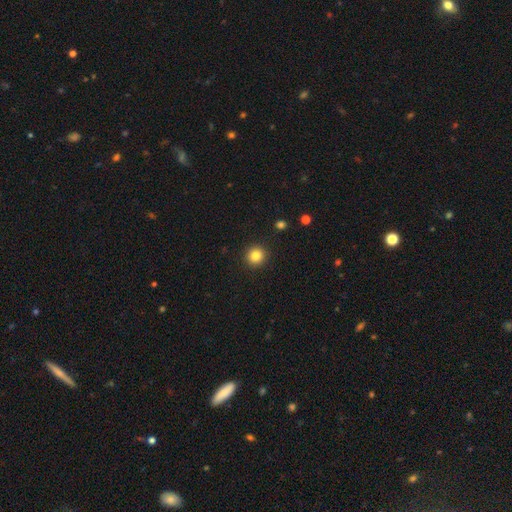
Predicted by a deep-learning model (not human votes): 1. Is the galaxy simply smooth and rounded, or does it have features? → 84% smooth, 11% star or artifact, 5% featured or disk.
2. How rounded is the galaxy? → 93% round, 6% in between, 1% cigar-shaped.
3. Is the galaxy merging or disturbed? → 92% none, 5% minor disturbance, 2% major disturbance, 1% merger.